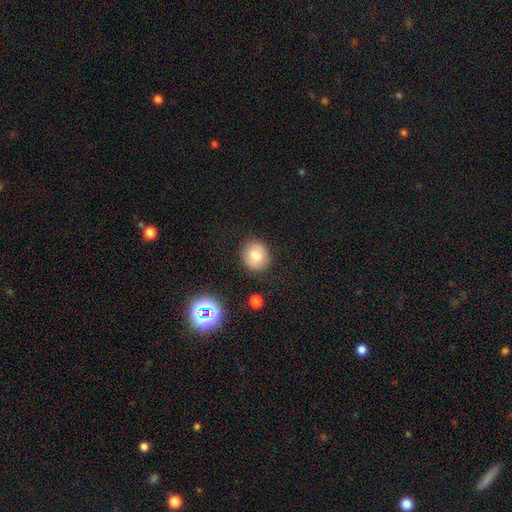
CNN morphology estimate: smooth-or-featured: smooth: 73% | featured or disk: 16% | star or artifact: 12%
  how-rounded: round: 76% | in between: 23% | cigar-shaped: 1%
  merging: none: 86% | minor disturbance: 9% | major disturbance: 3% | merger: 2%